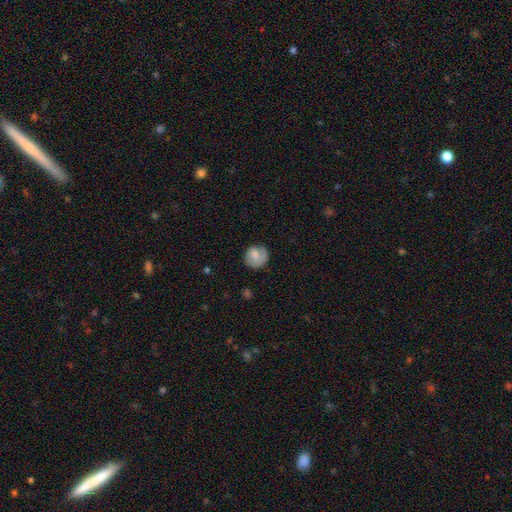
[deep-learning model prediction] The model was most divided on "smooth or featured": smooth: 66%, featured or disk: 26%, star or artifact: 7%. More confident: how rounded — round (83%); merging — none (69%).